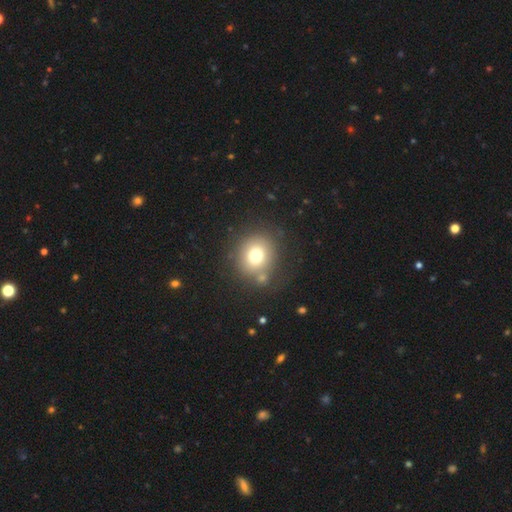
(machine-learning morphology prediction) Smooth or featured: smooth — 73% (star or artifact — 14%)
How rounded: round — 82% (in between — 17%)
Merging: none — 75% (minor disturbance — 12%)